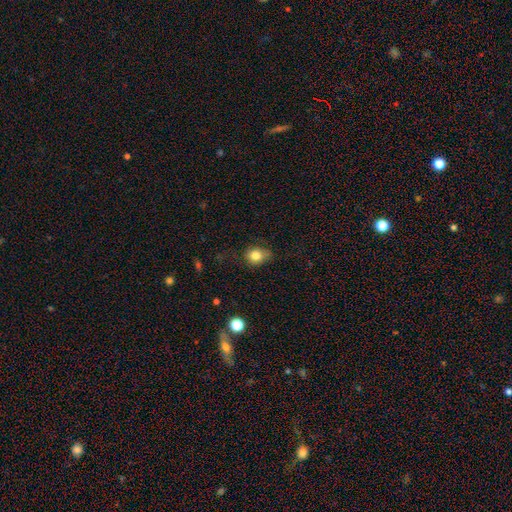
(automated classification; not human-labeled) Smooth or featured?
  - smooth: 81% *
  - star or artifact: 11%
  - featured or disk: 9%
How rounded?
  - round: 53% *
  - in between: 46%
  - cigar-shaped: 1%
Merging?
  - none: 62% *
  - minor disturbance: 28%
  - major disturbance: 9%
  - merger: 1%